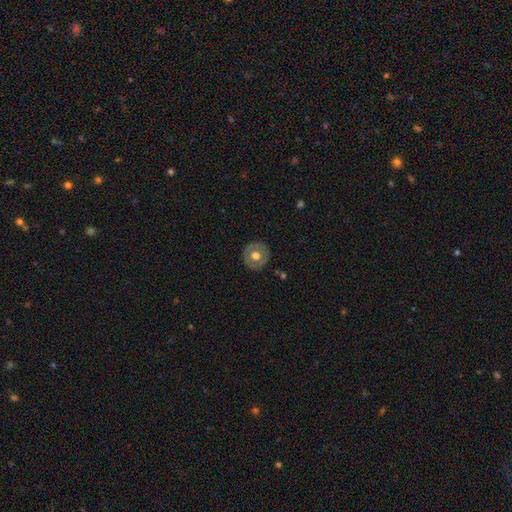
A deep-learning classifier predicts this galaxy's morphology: Overall: smooth (50%; featured or disk 44%). How rounded: round (89%). Merging: none (86%).